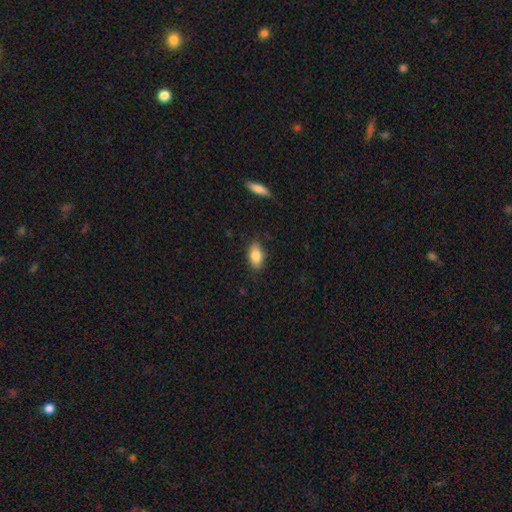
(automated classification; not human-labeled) Smooth or featured: smooth — 81% (featured or disk — 11%)
How rounded: in between — 88% (cigar-shaped — 8%)
Merging: none — 84% (minor disturbance — 12%)